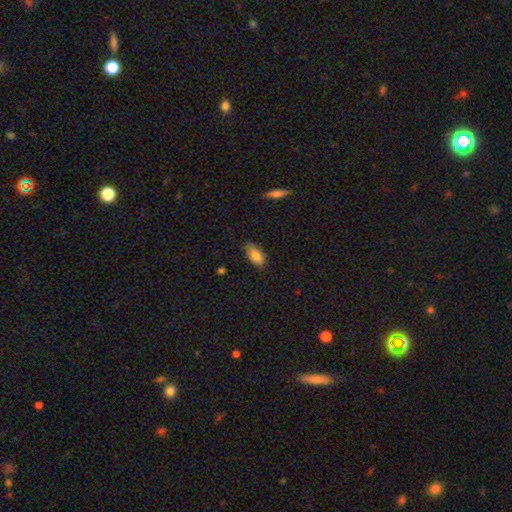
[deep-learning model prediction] This is clearly a smooth galaxy (84%). How rounded: clearly in between (91%). Merging: likely none (74%).